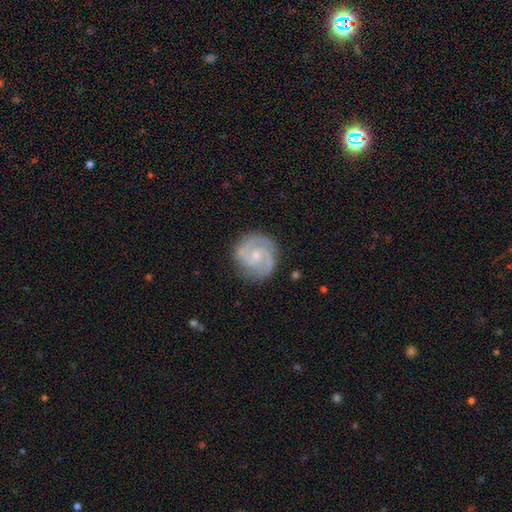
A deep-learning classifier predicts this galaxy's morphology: A featured or disk galaxy (89%) with no bar (58%), 2 (79%) tight (53%) spiral arms (98%) and a small central bulge (71%). Merging: none (83%).